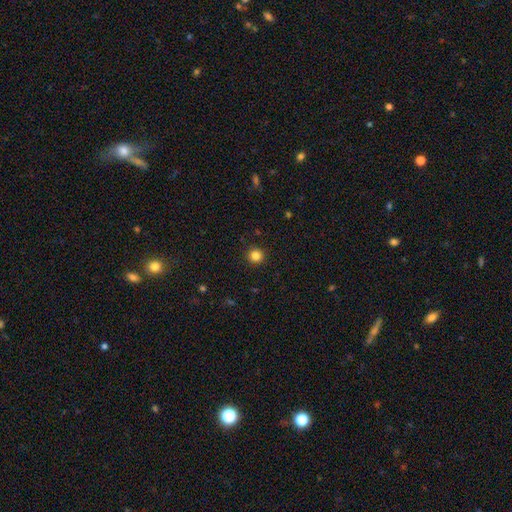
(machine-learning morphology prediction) Overall: smooth (83%). How rounded: round (95%). Merging: none (93%).